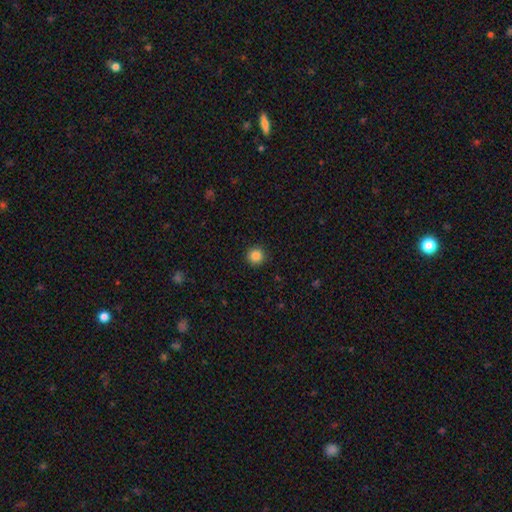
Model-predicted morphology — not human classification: This is clearly a smooth galaxy (85%). How rounded: clearly round (95%). Merging: clearly none (93%).